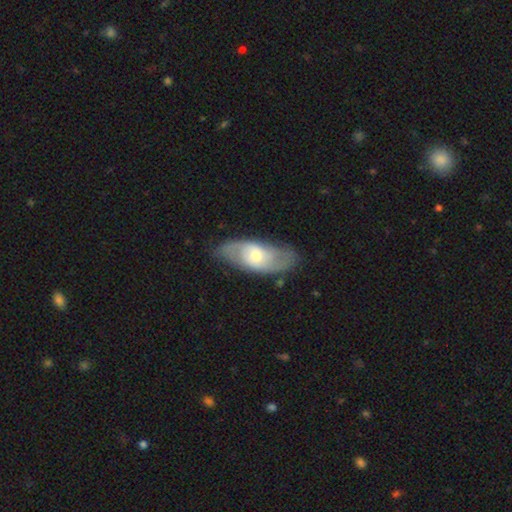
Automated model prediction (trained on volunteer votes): Morphology: type=featured or disk (63%); edge-on=no (89%); bar=no (59%); spiral arms=yes (80%); bulge=moderate (56%); merging=none (74%).